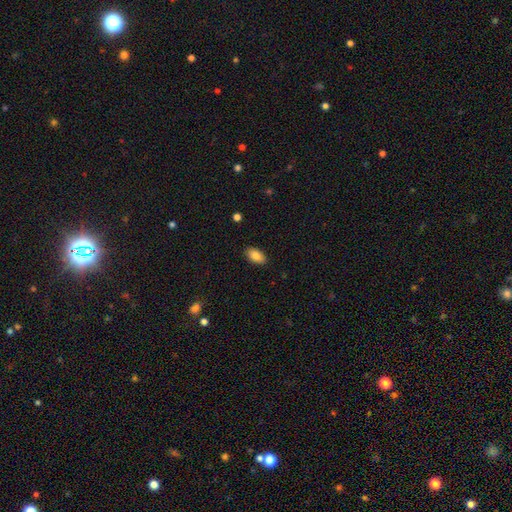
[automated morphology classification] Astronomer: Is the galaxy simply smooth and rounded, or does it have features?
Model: smooth — 85%.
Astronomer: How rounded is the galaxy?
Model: in between — 93%.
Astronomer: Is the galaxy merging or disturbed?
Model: none — 87%.